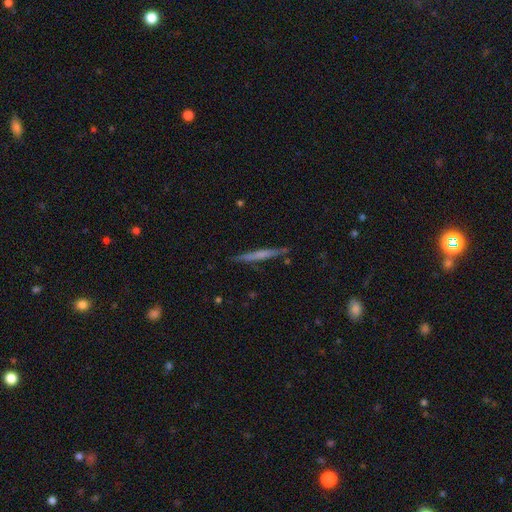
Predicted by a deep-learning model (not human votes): Smooth or featured?
  - featured or disk: 57% *
  - smooth: 36%
  - star or artifact: 7%
Edge-on disk?
  - yes: 97% *
  - no: 3%
Edge-on bulge?
  - none: 65% *
  - rounded: 25%
  - boxy: 10%
Merging?
  - none: 90% *
  - minor disturbance: 7%
  - major disturbance: 2%
  - merger: 1%